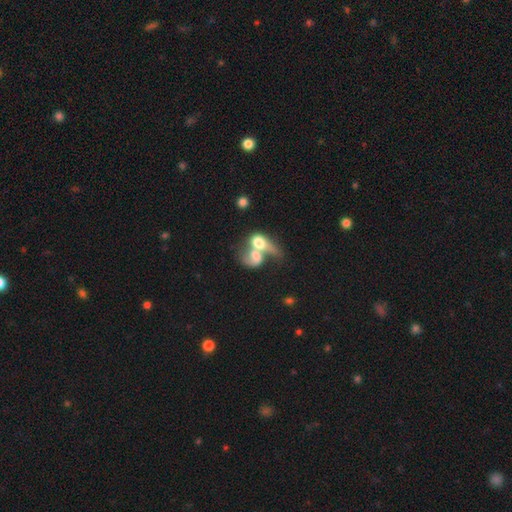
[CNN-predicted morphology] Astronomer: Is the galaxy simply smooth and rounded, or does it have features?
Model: featured or disk — 50% (runner-up: smooth, 42%).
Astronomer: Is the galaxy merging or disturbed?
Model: merger — 80%.